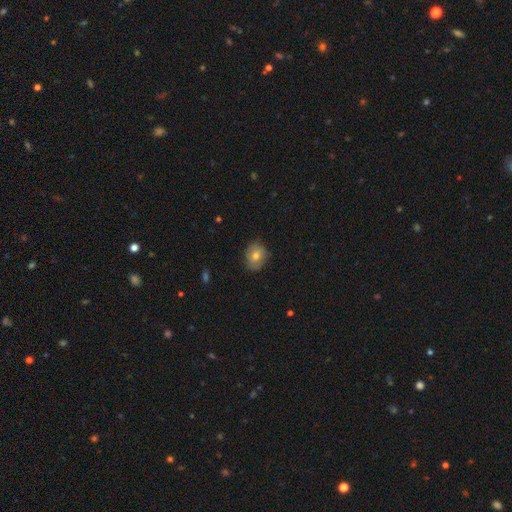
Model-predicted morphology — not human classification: Overall: smooth (68%). How rounded: round (54%; in between 45%). Merging: none (79%).